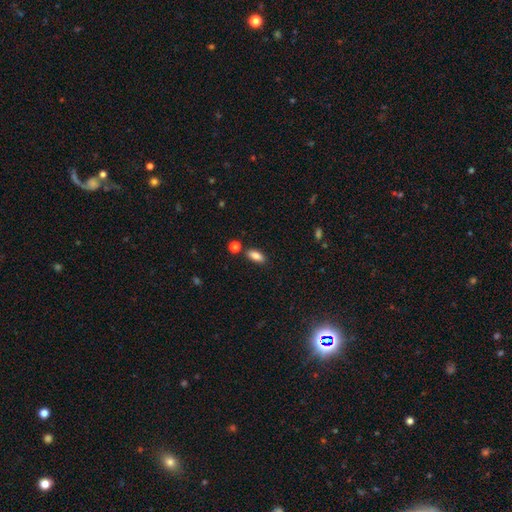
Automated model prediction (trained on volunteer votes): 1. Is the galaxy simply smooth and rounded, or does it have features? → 84% smooth, 8% star or artifact, 8% featured or disk.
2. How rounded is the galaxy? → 84% in between, 12% cigar-shaped, 4% round.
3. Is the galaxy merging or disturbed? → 81% none, 10% minor disturbance, 6% merger, 3% major disturbance.